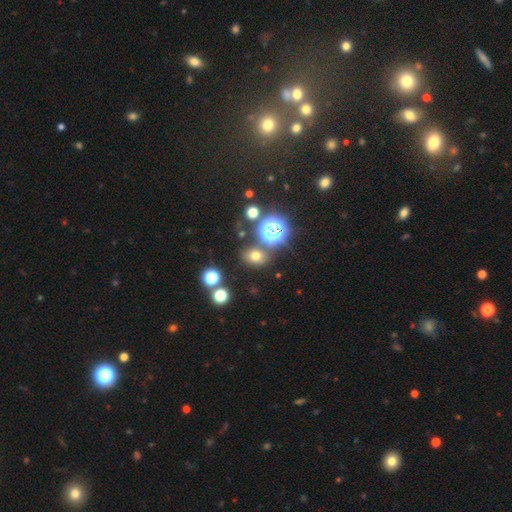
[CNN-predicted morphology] Smooth or featured: smooth — 64% (star or artifact — 26%)
How rounded: round — 54% (in between — 45%)
Merging: none — 77% (minor disturbance — 11%)